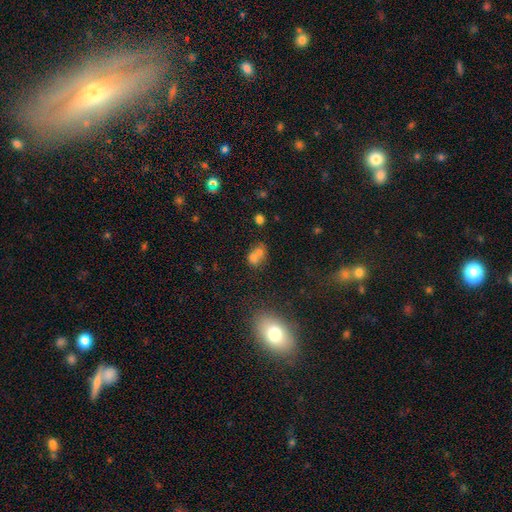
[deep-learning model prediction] This appears to be a smooth galaxy with no disk features (67%) that is in between round and cigar-shaped (54%). Merging: merger (57%).